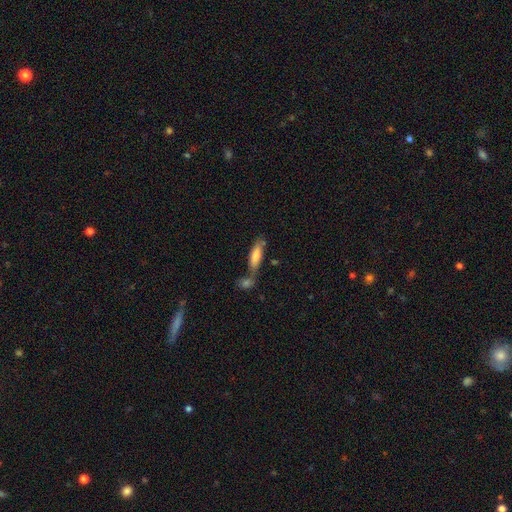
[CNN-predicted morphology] Smooth or featured? Predicted: smooth (p=0.72). How rounded? Predicted: cigar-shaped (p=0.52). Merging? Predicted: none (p=0.54).